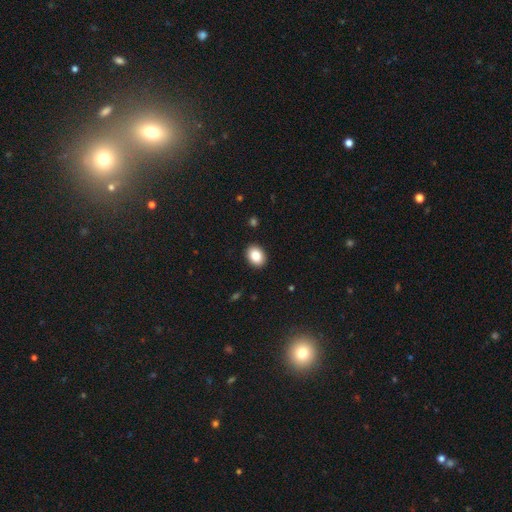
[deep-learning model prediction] smooth_or_featured: smooth (p=0.86) [alt: star or artifact p=0.08]
how_rounded: in between (p=0.66) [alt: round p=0.33]
merging: none (p=0.91) [alt: minor disturbance p=0.06]